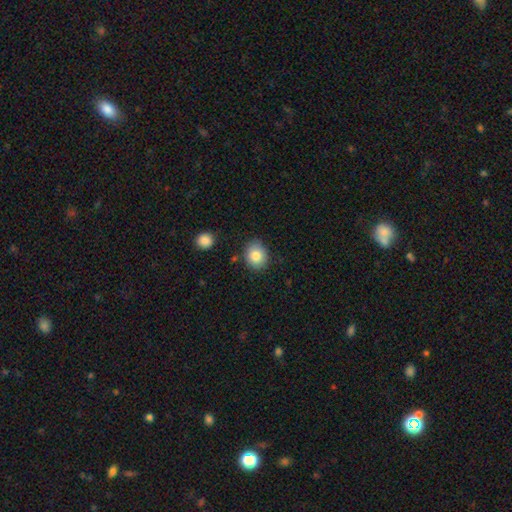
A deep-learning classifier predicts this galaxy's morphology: smooth_or_featured: smooth (p=0.83) [alt: featured or disk p=0.09]
how_rounded: round (p=0.56) [alt: in between p=0.43]
merging: none (p=0.81) [alt: minor disturbance p=0.13]